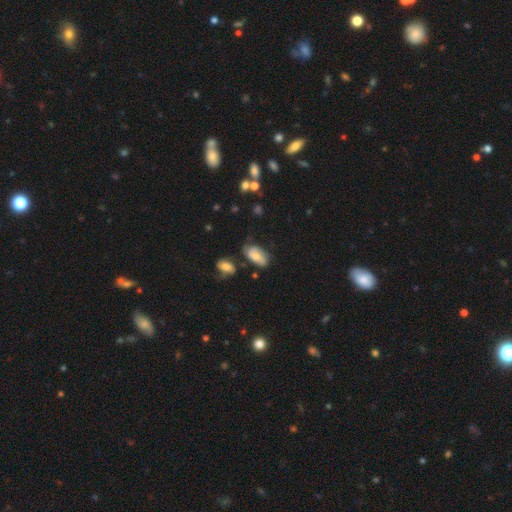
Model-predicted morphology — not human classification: smooth-or-featured: smooth: 54% | featured or disk: 37% | star or artifact: 9%
  how-rounded: in between: 91% | round: 5% | cigar-shaped: 4%
  merging: none: 57% | minor disturbance: 27% | major disturbance: 9% | merger: 7%